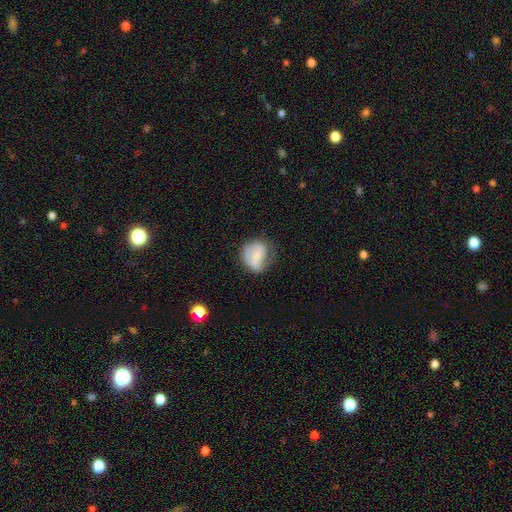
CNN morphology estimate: This appears to be a smooth galaxy with no disk features (67%) that is round (65%). Merging: none (46%).